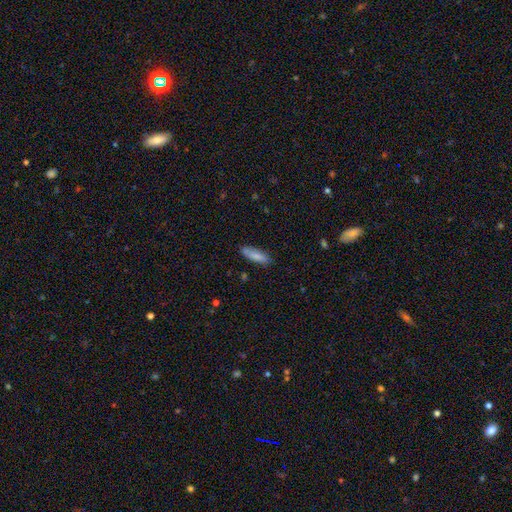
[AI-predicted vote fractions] Morphology: type=smooth (83%); roundness=cigar-shaped (54%); merging=none (84%).